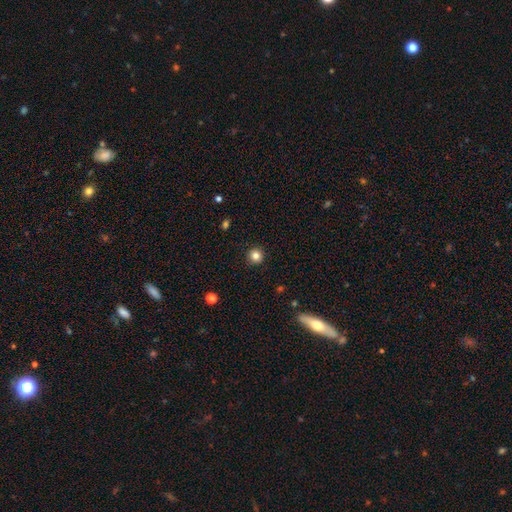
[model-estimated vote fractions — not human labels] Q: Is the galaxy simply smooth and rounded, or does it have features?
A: smooth — 83%.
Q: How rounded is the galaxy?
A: round — 95%.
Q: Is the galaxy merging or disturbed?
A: none — 92%.